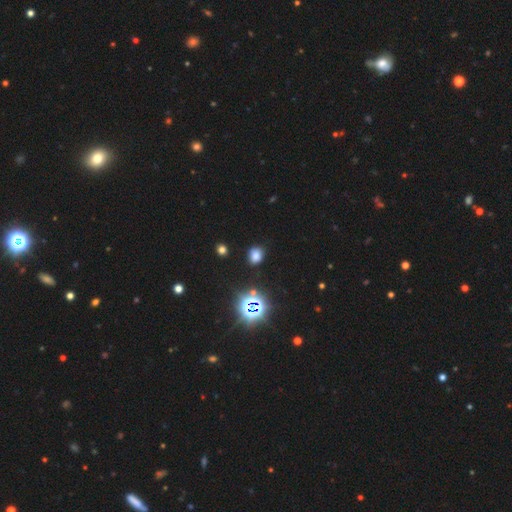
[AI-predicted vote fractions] A smooth galaxy with no disk features (67%) that is round (53%).

Vote fractions:
- Smooth or featured? smooth: 67% / star or artifact: 26% / featured or disk: 8%
- How rounded? round: 53% / in between: 46% / cigar-shaped: 1%
- Merging? none: 79% / minor disturbance: 14% / major disturbance: 4% / merger: 2%